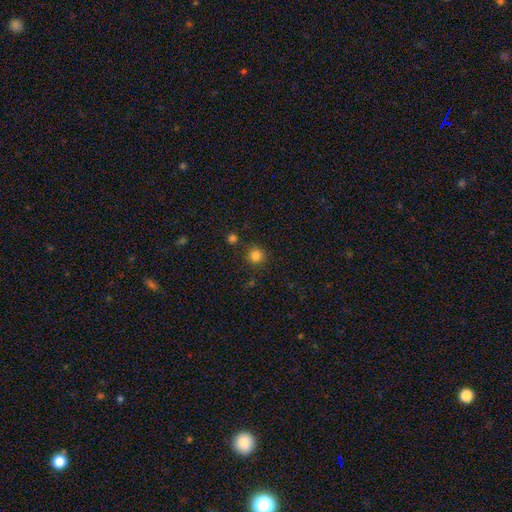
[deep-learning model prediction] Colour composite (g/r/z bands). It shows a smooth galaxy with no disk features (83%) that is round (93%). Merging: none (85%).